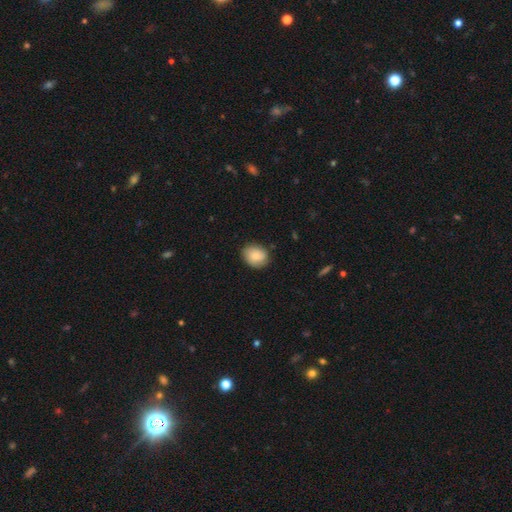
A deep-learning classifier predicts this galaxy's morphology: Smooth or featured?
  - smooth: 82% *
  - featured or disk: 11%
  - star or artifact: 7%
How rounded?
  - round: 53% *
  - in between: 47%
  - cigar-shaped: 1%
Merging?
  - none: 80% *
  - minor disturbance: 16%
  - major disturbance: 3%
  - merger: 1%